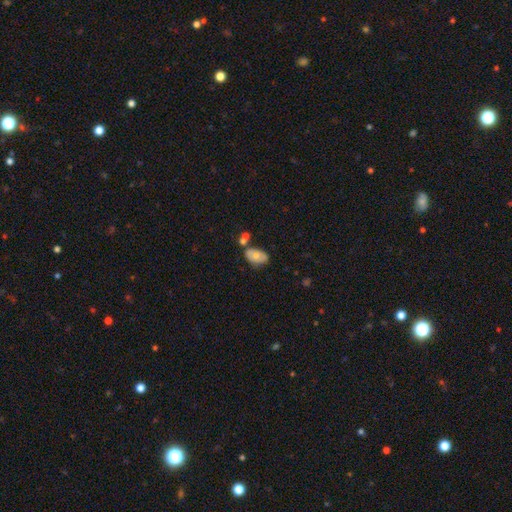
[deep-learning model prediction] This is likely a smooth galaxy (63%). How rounded: clearly in between (90%). Merging: marginally none (45%).